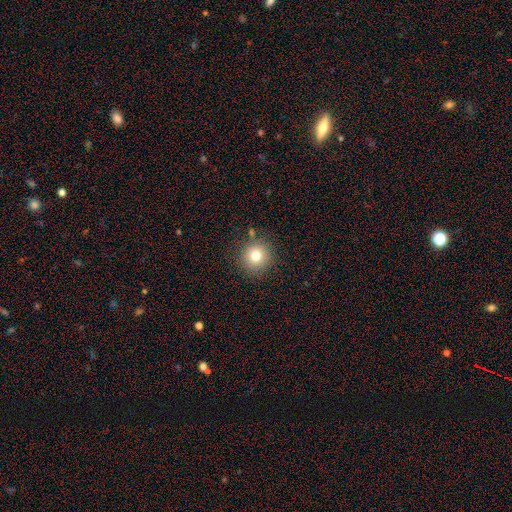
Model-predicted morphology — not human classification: A smooth galaxy with no disk features (78%) that is round (94%). Merging: none (85%).